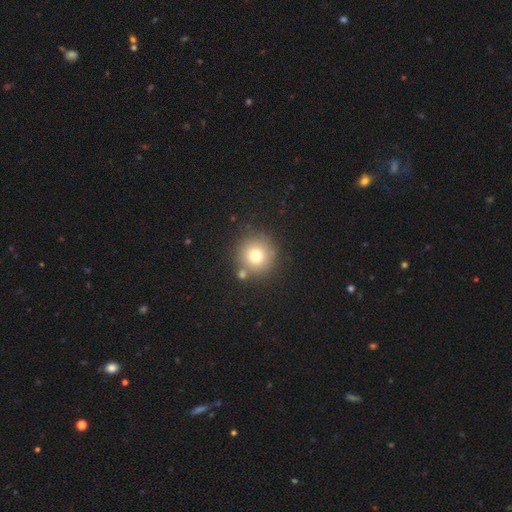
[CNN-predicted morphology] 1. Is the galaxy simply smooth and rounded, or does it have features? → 74% smooth, 14% star or artifact, 13% featured or disk.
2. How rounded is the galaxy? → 94% round, 5% in between, 1% cigar-shaped.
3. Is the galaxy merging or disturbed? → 79% none, 9% merger, 9% minor disturbance, 3% major disturbance.